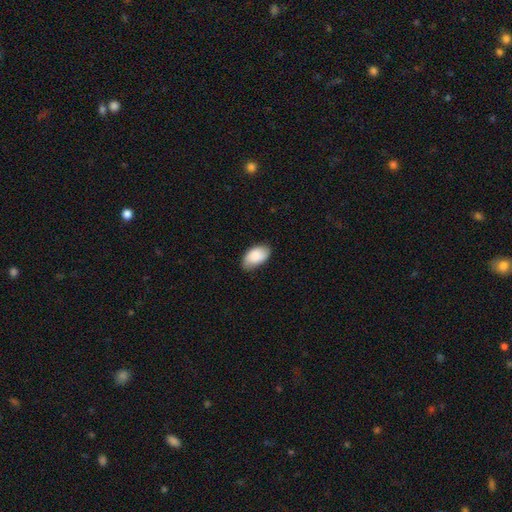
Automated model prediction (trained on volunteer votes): Overall: smooth (83%). How rounded: in between (95%). Merging: none (71%).